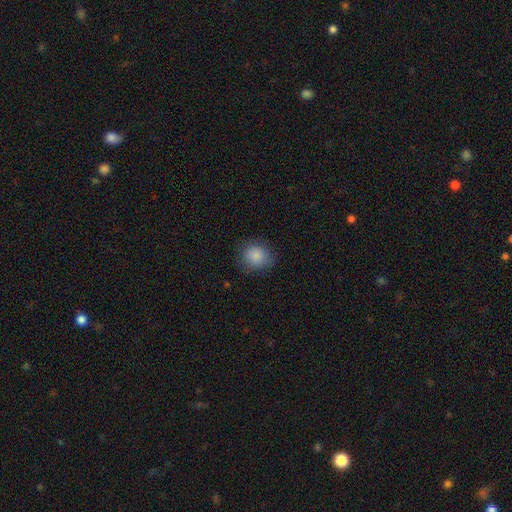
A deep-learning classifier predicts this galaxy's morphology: Smooth or featured: smooth — 87% (star or artifact — 8%)
How rounded: round — 79% (in between — 20%)
Merging: none — 82% (minor disturbance — 13%)